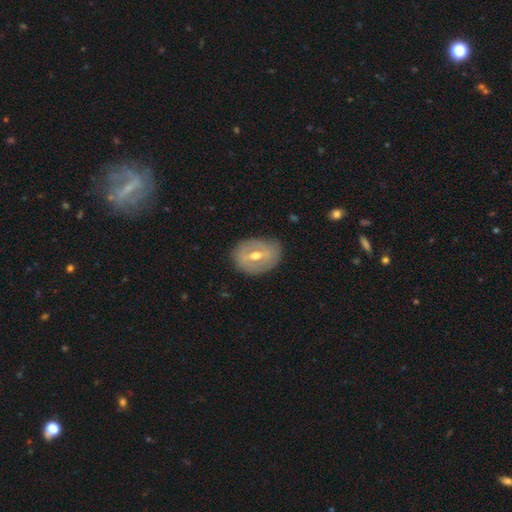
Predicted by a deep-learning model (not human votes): smooth-or-featured: featured or disk: 64% | smooth: 30% | star or artifact: 7%
  disk-edge-on: no: 93% | yes: 7%
    bar: weak: 47% | strong: 31% | no: 23%
    has-spiral-arms: no: 58% | yes: 42%
    bulge-size: moderate: 75% | small: 19% | large: 4% | none: 1% | dominant: 1%
  merging: none: 77% | minor disturbance: 18% | major disturbance: 4% | merger: 1%